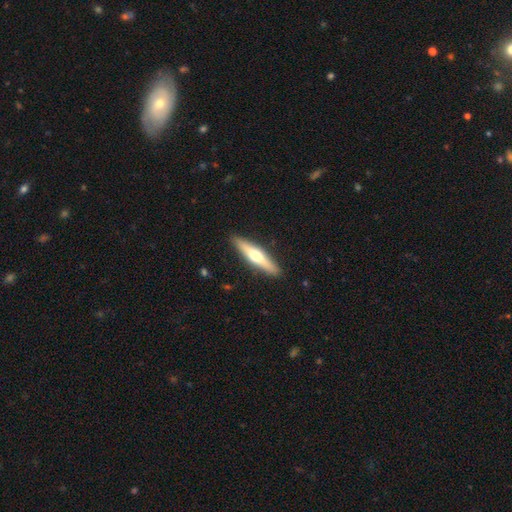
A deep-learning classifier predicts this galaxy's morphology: type=featured or disk (49%); merging=none (90%).